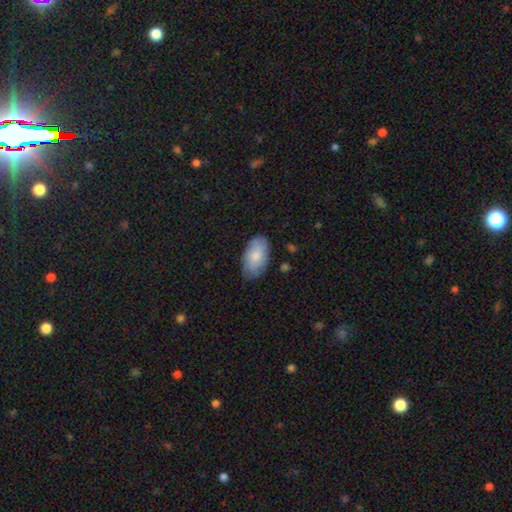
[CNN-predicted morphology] Smooth or featured: smooth — 77% (featured or disk — 17%)
How rounded: in between — 95% (round — 3%)
Merging: none — 77% (minor disturbance — 18%)